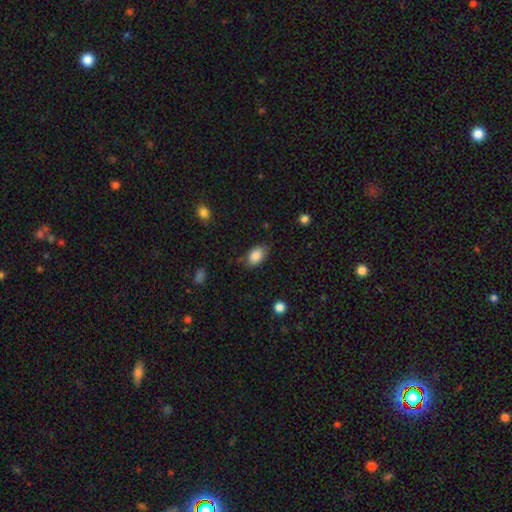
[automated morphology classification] The model was most divided on "merging": none: 78%, minor disturbance: 16%, major disturbance: 4%, merger: 2%. More confident: how rounded — in between (91%); smooth or featured — smooth (87%).